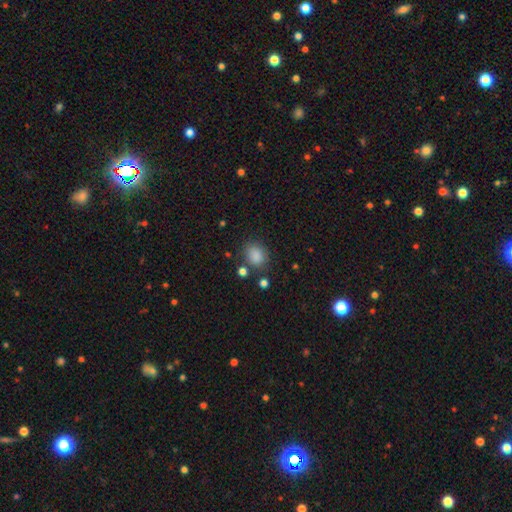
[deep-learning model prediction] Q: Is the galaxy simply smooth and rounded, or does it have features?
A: smooth — 84%.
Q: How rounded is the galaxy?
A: round — 52%.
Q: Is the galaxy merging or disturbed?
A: none — 75%.